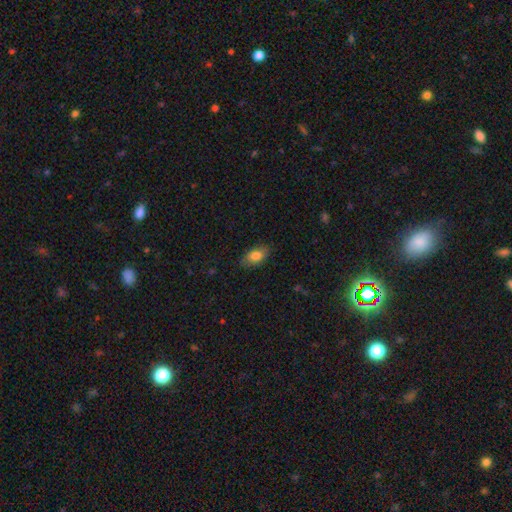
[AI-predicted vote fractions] This appears to be a smooth galaxy with no disk features (82%) that is in between round and cigar-shaped (91%). Merging: none (83%).